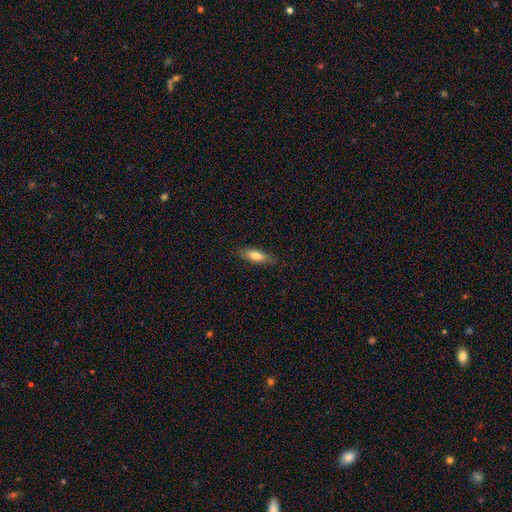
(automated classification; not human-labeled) A smooth galaxy with no disk features (73%) that is in between round and cigar-shaped (53%).

Vote fractions:
- Smooth or featured? smooth: 73% / featured or disk: 20% / star or artifact: 7%
- How rounded? in between: 53% / cigar-shaped: 45% / round: 2%
- Merging? none: 83% / minor disturbance: 13% / major disturbance: 3% / merger: 1%